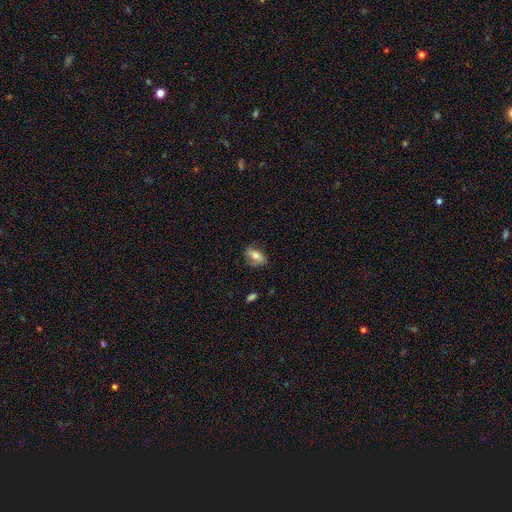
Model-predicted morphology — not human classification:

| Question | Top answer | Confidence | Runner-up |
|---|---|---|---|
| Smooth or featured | smooth | 76% | featured or disk (16%) |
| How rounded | in between | 88% | round (8%) |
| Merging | none | 75% | minor disturbance (19%) |